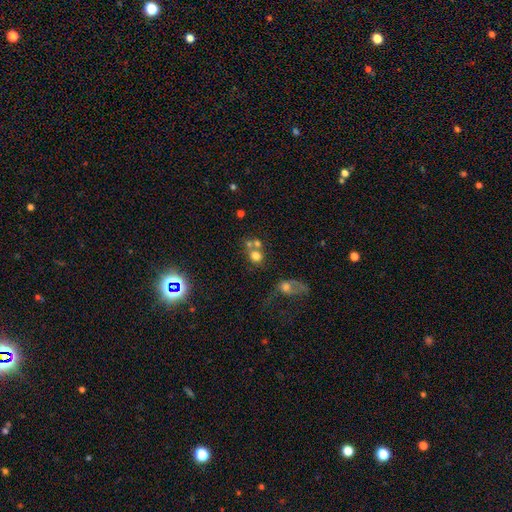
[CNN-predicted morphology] type=smooth (70%); roundness=round (76%); merging=merger (46%).